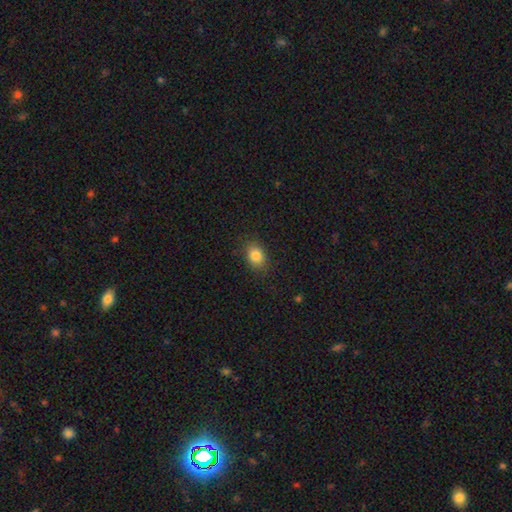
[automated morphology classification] smooth-or-featured: smooth: 84% | star or artifact: 10% | featured or disk: 7%
  how-rounded: in between: 68% | round: 31% | cigar-shaped: 1%
  merging: none: 85% | minor disturbance: 11% | major disturbance: 3% | merger: 1%